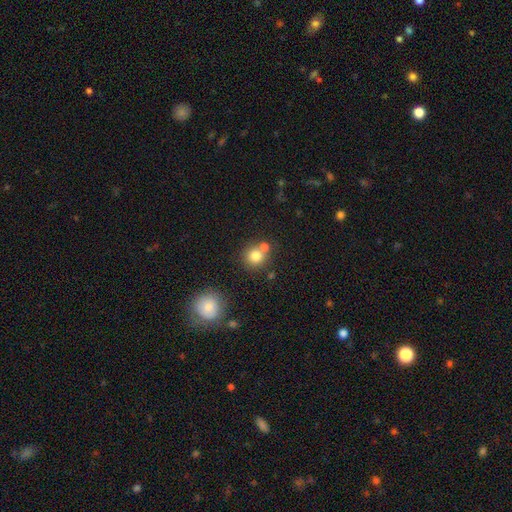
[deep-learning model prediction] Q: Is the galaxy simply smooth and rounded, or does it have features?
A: smooth — 79%.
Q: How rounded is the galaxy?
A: round — 87%.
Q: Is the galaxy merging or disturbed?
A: none — 59%.